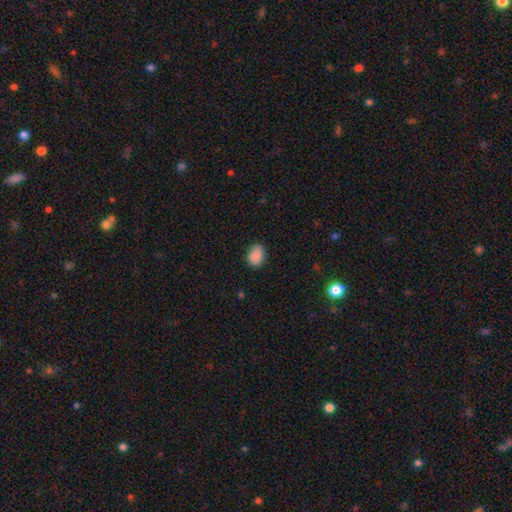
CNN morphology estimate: A smooth galaxy with no disk features (88%) that is in between round and cigar-shaped (73%).

Vote fractions:
- Smooth or featured? smooth: 88% / star or artifact: 9% / featured or disk: 4%
- How rounded? in between: 73% / round: 26% / cigar-shaped: 1%
- Merging? none: 76% / minor disturbance: 19% / major disturbance: 3% / merger: 1%